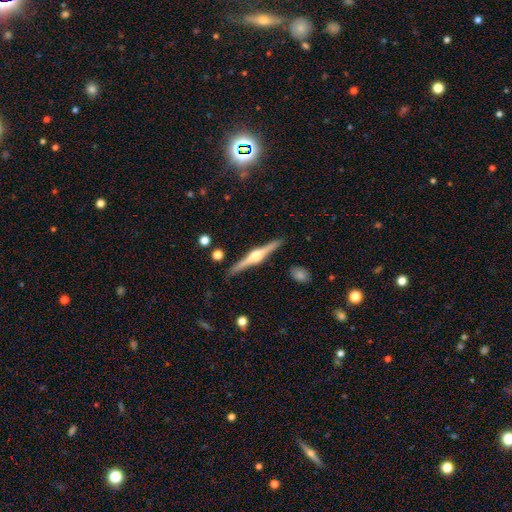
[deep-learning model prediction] A featured or disk galaxy (84%) viewed edge-on (98%) with a rounded central bulge (90%). Merging: none (90%).